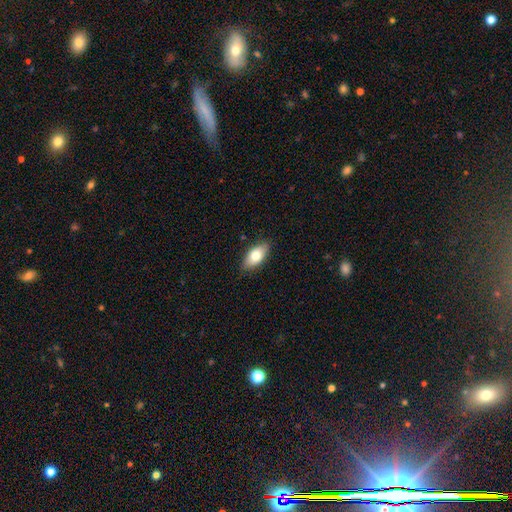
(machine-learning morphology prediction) A smooth galaxy with no disk features (76%) that is in between round and cigar-shaped (91%). Merging: none (85%).